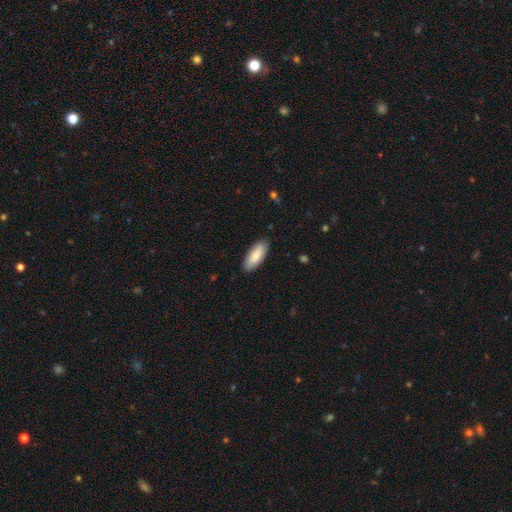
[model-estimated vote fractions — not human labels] A smooth galaxy with no disk features (85%) that is in between round and cigar-shaped (79%). Merging: none (88%).